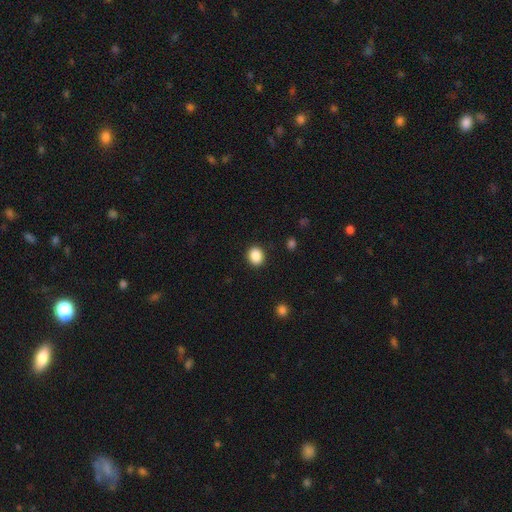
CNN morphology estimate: A smooth galaxy with no disk features (88%) that is round (70%).

Vote fractions:
- Smooth or featured? smooth: 88% / star or artifact: 9% / featured or disk: 3%
- How rounded? round: 70% / in between: 29% / cigar-shaped: 1%
- Merging? none: 90% / minor disturbance: 7% / major disturbance: 2% / merger: 1%